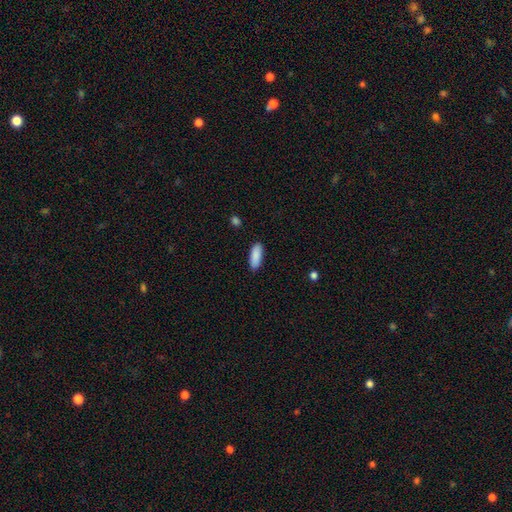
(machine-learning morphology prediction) Smooth or featured: smooth — 90% (star or artifact — 6%)
How rounded: in between — 67% (cigar-shaped — 32%)
Merging: none — 88% (minor disturbance — 8%)